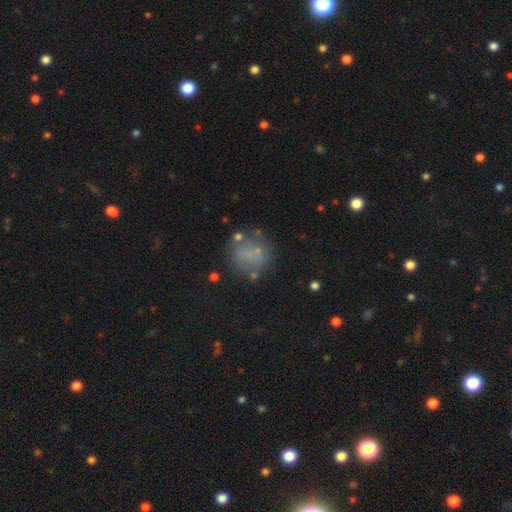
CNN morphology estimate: A smooth galaxy with no disk features (61%) that is round (83%). Merging: none (67%).